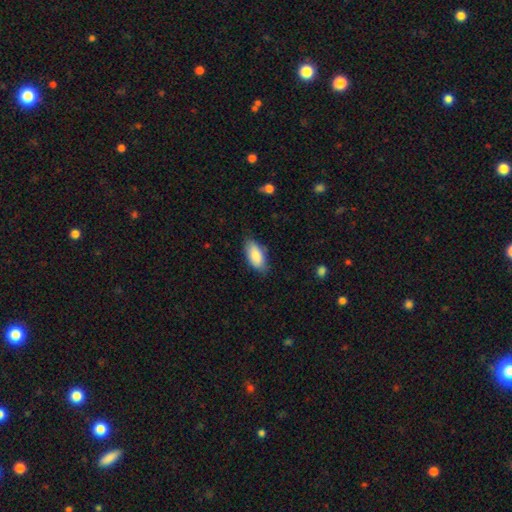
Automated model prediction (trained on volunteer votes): This is clearly a smooth galaxy (86%). How rounded: clearly in between (90%). Merging: likely none (77%).